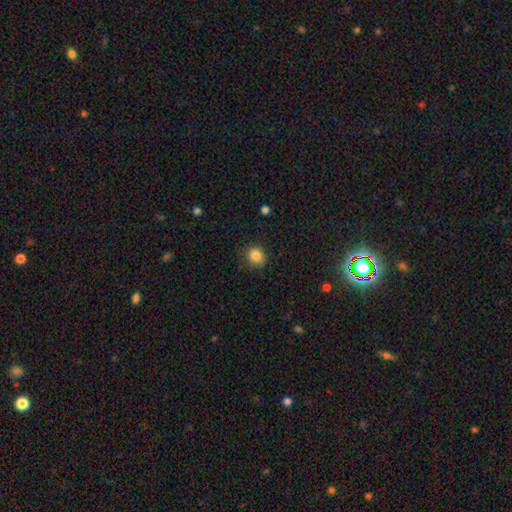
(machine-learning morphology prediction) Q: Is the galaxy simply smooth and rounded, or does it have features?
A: smooth — 85%.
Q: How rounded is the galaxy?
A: round — 71%.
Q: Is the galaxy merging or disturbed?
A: none — 83%.